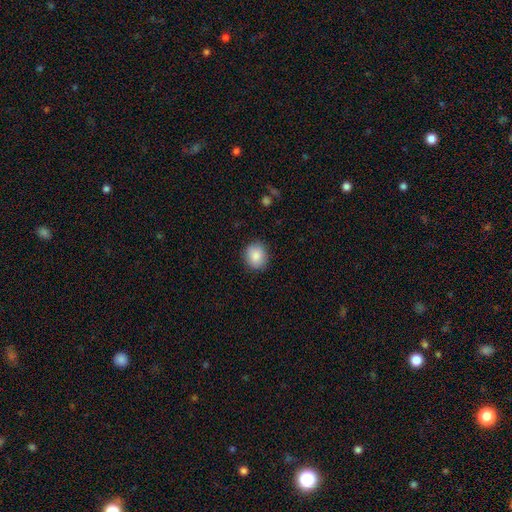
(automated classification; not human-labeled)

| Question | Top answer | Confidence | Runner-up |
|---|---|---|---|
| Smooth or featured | smooth | 87% | star or artifact (8%) |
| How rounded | round | 78% | in between (21%) |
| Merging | none | 88% | minor disturbance (9%) |